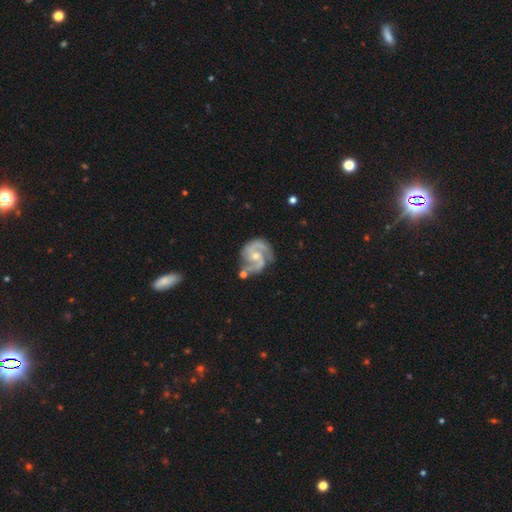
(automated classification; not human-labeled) The model was most divided on "bulge size": small: 51%, moderate: 45%, none: 2%, large: 1%, dominant: 1%. More confident: edge-on disk — no (98%); spiral arms — yes (98%); smooth or featured — featured or disk (91%); spiral arm count — 2 (84%); merging — none (64%); spiral winding — medium (57%); bar — no (53%).